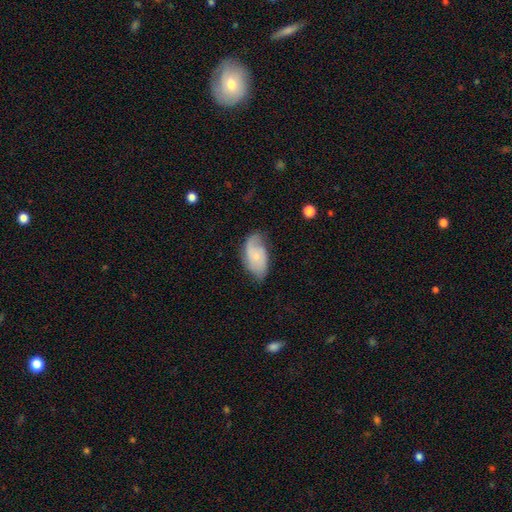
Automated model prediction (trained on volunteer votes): Smooth or featured: featured or disk — 54% (smooth — 39%)
Edge-on disk: no — 95% (yes — 5%)
Bar: no — 75% (weak — 22%)
Spiral arms: yes — 86% (no — 14%)
Bulge size: small — 69% (moderate — 22%)
Merging: none — 61% (minor disturbance — 28%)